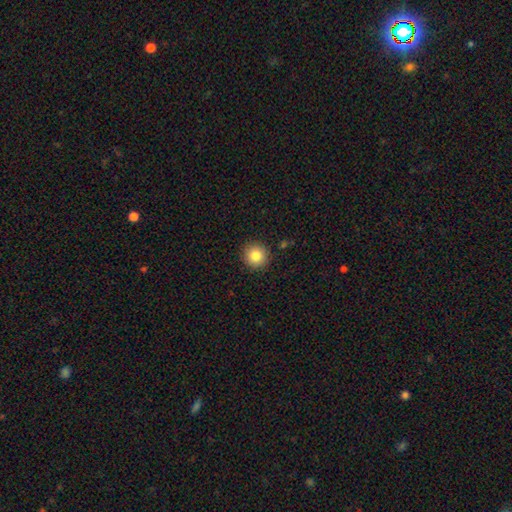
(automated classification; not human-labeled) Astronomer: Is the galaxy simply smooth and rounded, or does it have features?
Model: smooth — 84%.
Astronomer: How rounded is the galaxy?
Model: round — 94%.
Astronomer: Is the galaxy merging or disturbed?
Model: none — 91%.